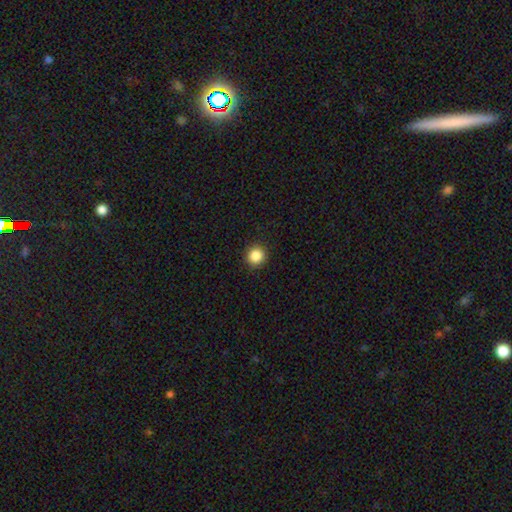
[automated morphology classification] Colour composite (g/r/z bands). It shows a smooth galaxy with no disk features (86%) that is round (94%). Merging: none (93%).